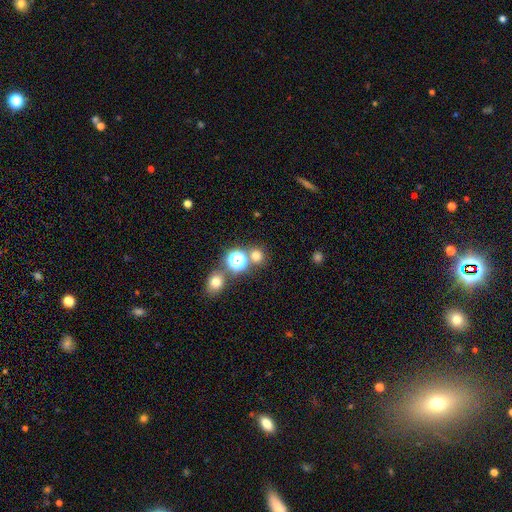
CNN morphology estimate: smooth 70%, star or artifact 24%, featured or disk 6%. Down the decision tree: how rounded — round (86%); merging — none (74%).